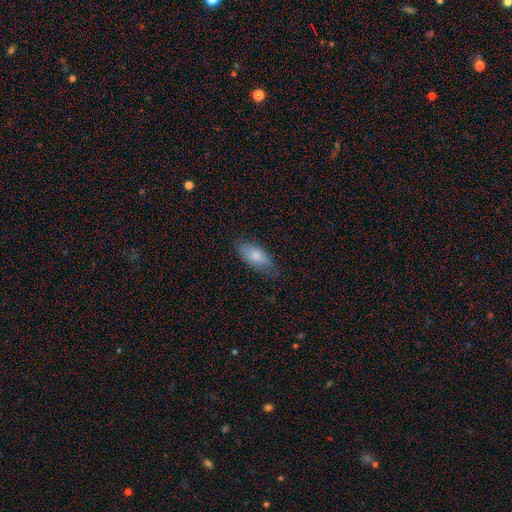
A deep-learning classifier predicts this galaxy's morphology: Smooth or featured? smooth (81%)
How rounded? in between (86%)
Merging? none (76%)